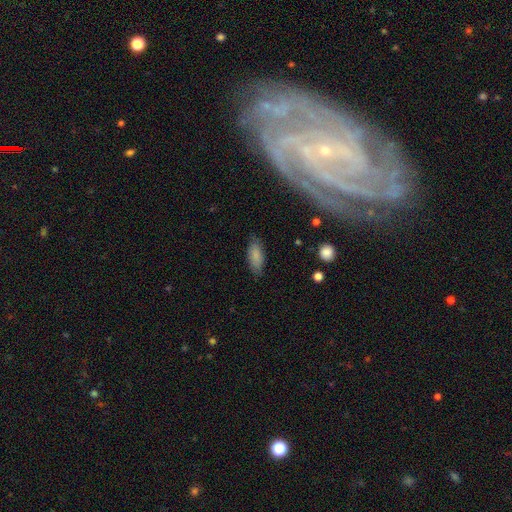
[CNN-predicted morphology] Q: Smooth or featured?
A: smooth (81%); runner-up: featured or disk (11%)
Q: How rounded?
A: in between (80%); runner-up: cigar-shaped (18%)
Q: Merging?
A: none (77%); runner-up: minor disturbance (18%)